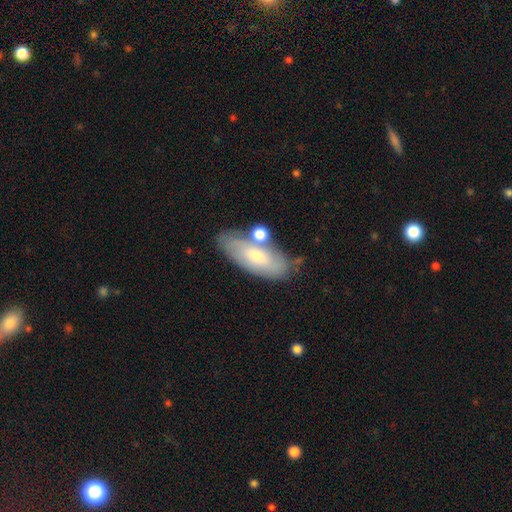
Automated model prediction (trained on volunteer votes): smooth-or-featured: smooth: 60% | featured or disk: 33% | star or artifact: 7%
  how-rounded: in between: 79% | cigar-shaped: 18% | round: 3%
  merging: none: 59% | minor disturbance: 18% | merger: 17% | major disturbance: 6%